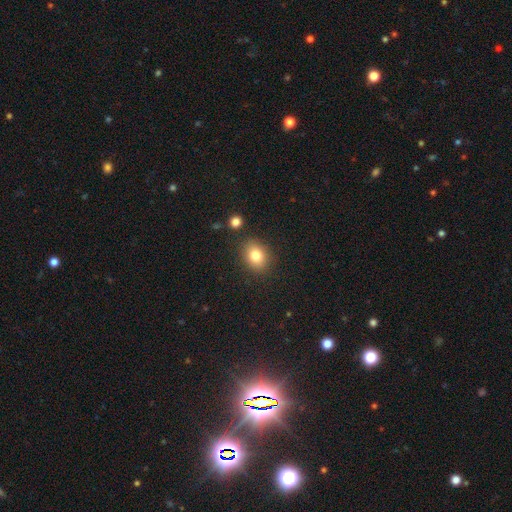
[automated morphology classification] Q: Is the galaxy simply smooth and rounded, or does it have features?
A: smooth — 81%.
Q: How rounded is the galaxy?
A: in between — 52%.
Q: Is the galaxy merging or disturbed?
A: none — 84%.